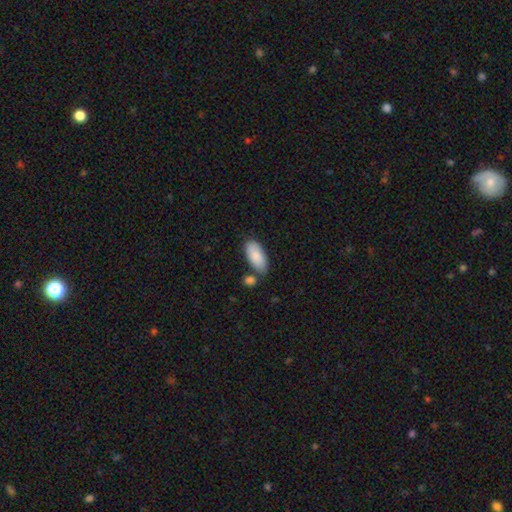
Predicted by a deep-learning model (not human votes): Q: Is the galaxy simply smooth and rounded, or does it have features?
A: smooth — 85%.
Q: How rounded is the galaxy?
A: in between — 91%.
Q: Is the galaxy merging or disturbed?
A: none — 67%.